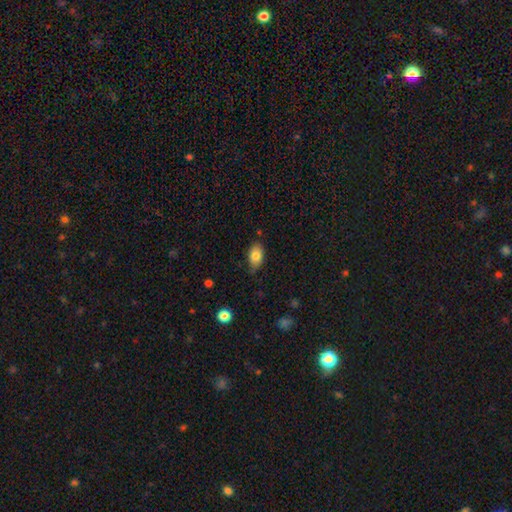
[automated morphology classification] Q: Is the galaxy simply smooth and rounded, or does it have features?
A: smooth — 82%.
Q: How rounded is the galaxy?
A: in between — 88%.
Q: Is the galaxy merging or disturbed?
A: none — 71%.